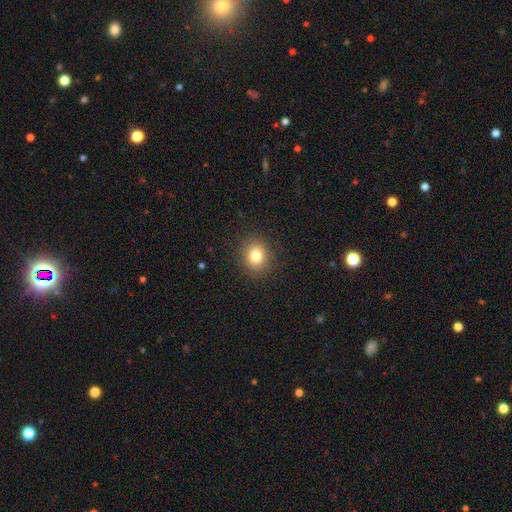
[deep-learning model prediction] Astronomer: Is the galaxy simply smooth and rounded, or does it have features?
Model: smooth — 80%.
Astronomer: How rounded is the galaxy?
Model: round — 75%.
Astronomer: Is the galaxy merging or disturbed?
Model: none — 89%.